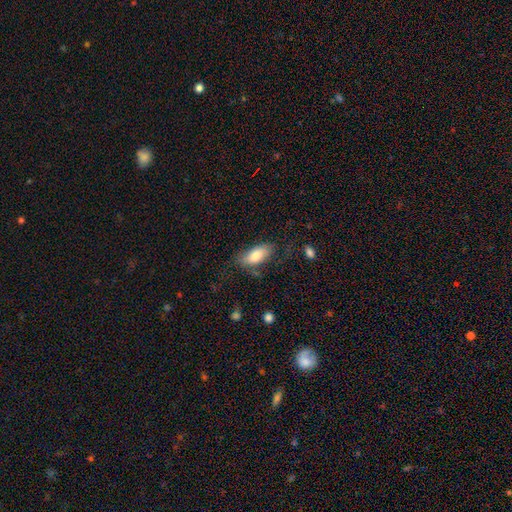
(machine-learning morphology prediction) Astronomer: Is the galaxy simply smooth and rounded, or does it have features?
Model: smooth — 78%.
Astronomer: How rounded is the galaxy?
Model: in between — 85%.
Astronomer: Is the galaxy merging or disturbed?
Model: none — 68%.